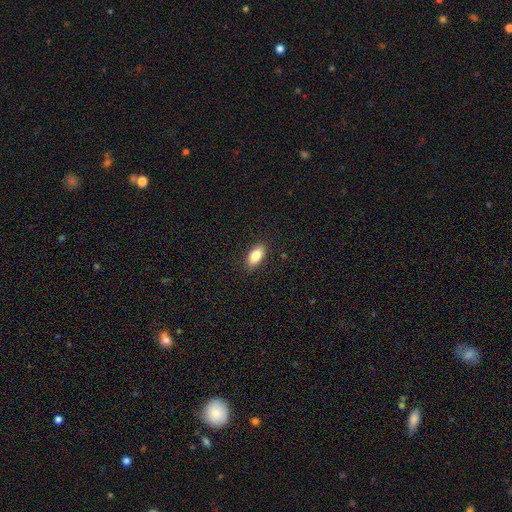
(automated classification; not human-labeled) This appears to be a smooth galaxy with no disk features (82%) that is in between round and cigar-shaped (88%). Merging: none (88%).